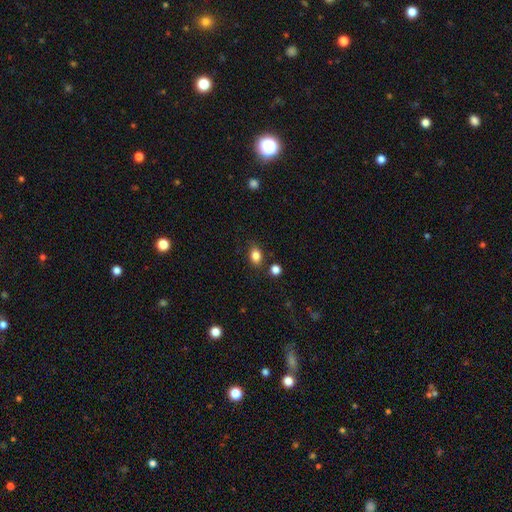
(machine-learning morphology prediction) This is clearly a smooth galaxy (84%). How rounded: likely in between (71%). Merging: likely none (78%).